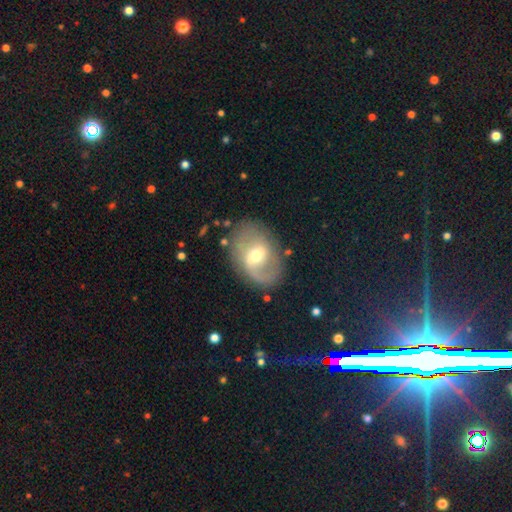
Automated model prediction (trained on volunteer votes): Smooth or featured: featured or disk — 69% (smooth — 24%)
Edge-on disk: no — 95% (yes — 5%)
Bar: weak — 55% (strong — 23%)
Spiral arms: yes — 74% (no — 26%)
Bulge size: moderate — 63% (small — 29%)
Merging: none — 72% (minor disturbance — 16%)